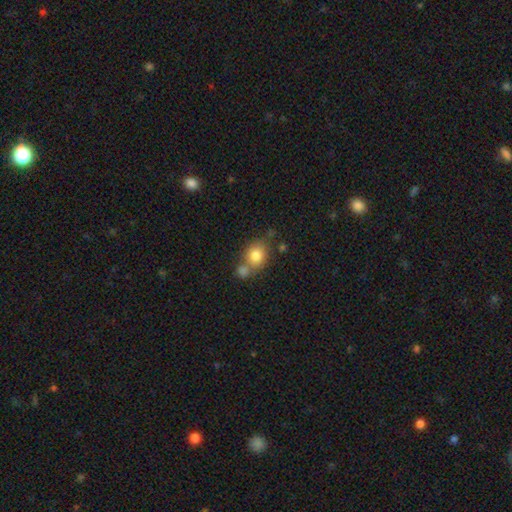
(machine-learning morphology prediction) Smooth or featured?
  - smooth: 80% *
  - featured or disk: 10%
  - star or artifact: 10%
How rounded?
  - round: 65% *
  - in between: 34%
  - cigar-shaped: 1%
Merging?
  - none: 50% *
  - merger: 34%
  - minor disturbance: 12%
  - major disturbance: 4%